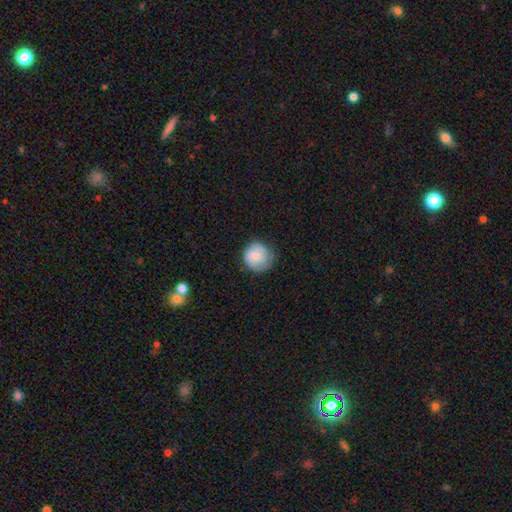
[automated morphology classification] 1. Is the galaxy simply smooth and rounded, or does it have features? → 79% smooth, 14% featured or disk, 7% star or artifact.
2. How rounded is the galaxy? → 93% round, 6% in between, 1% cigar-shaped.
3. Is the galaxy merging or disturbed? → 75% none, 19% minor disturbance, 4% major disturbance, 1% merger.